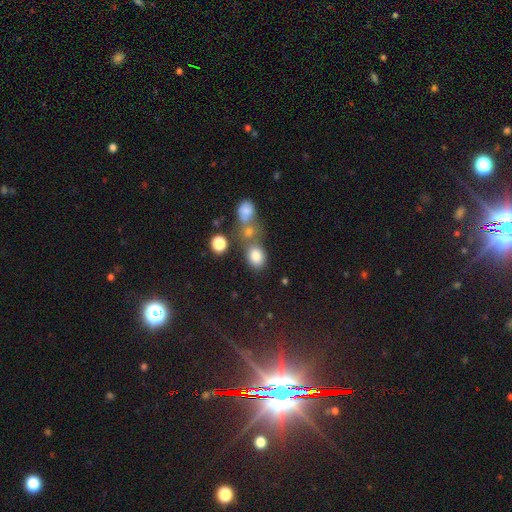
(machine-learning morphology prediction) Smooth or featured: smooth — 80% (star or artifact — 12%)
How rounded: in between — 61% (round — 37%)
Merging: none — 53% (merger — 28%)